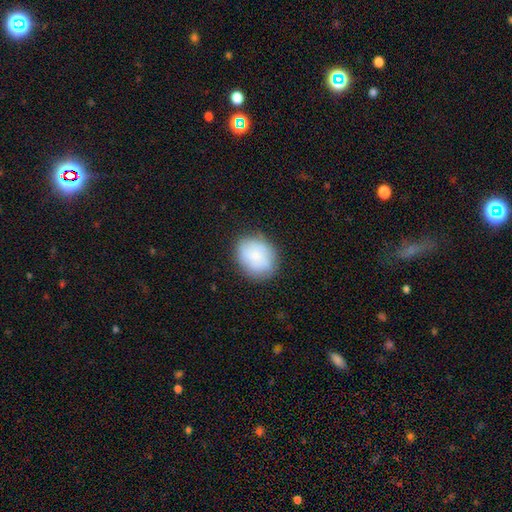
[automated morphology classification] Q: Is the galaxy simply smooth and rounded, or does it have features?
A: smooth — 80%.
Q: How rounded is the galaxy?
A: round — 56%.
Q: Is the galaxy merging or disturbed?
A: none — 78%.